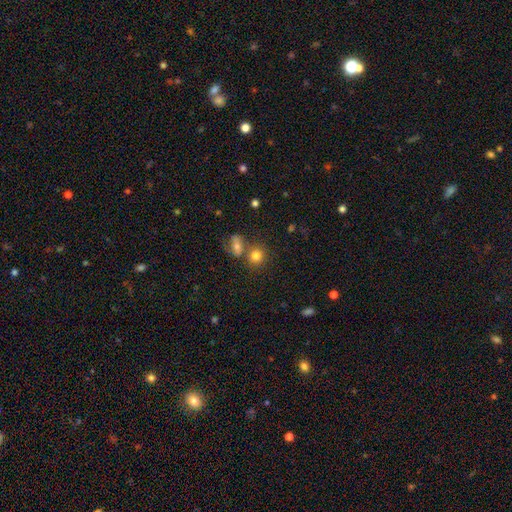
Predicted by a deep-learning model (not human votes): smooth-or-featured: smooth: 80% | star or artifact: 11% | featured or disk: 9%
  how-rounded: round: 78% | in between: 21% | cigar-shaped: 2%
  merging: none: 57% | merger: 30% | minor disturbance: 9% | major disturbance: 4%